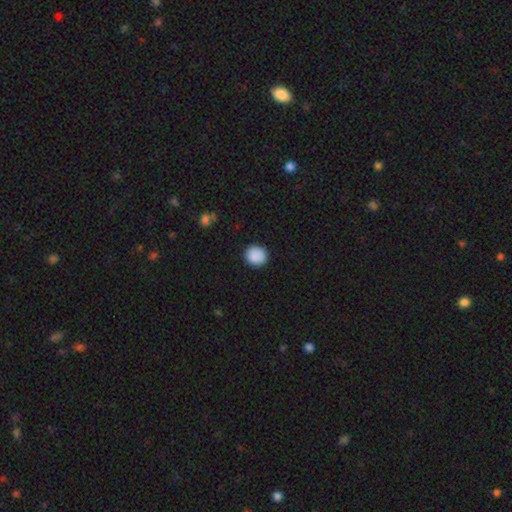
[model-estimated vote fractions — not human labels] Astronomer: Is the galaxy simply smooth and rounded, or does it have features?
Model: smooth — 89%.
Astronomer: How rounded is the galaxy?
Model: round — 83%.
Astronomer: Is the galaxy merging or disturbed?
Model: none — 90%.